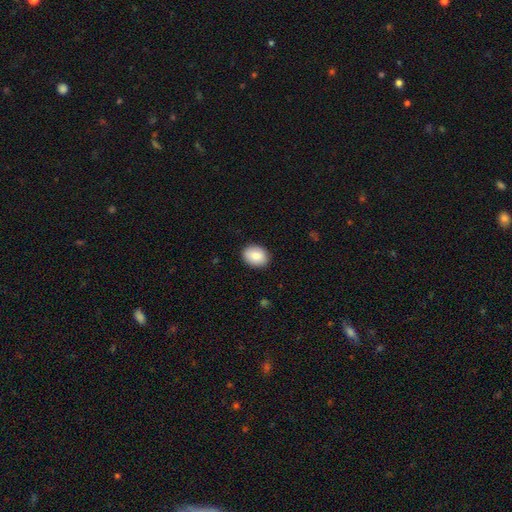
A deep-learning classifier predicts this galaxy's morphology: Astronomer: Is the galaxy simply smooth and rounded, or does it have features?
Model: smooth — 86%.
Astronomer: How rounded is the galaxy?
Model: in between — 63%.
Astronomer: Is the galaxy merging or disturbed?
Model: none — 90%.